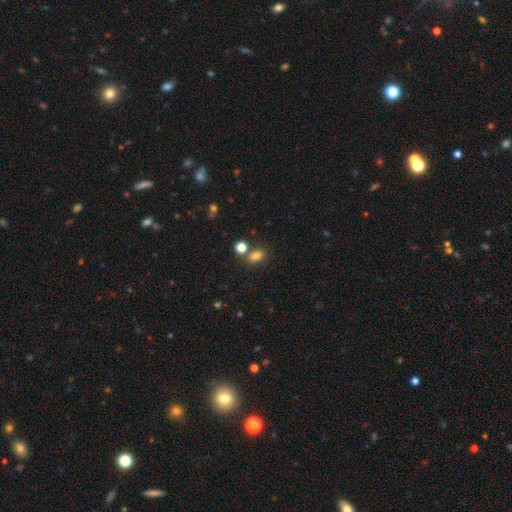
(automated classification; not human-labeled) Smooth or featured? smooth (80%)
How rounded? in between (74%)
Merging? none (66%)